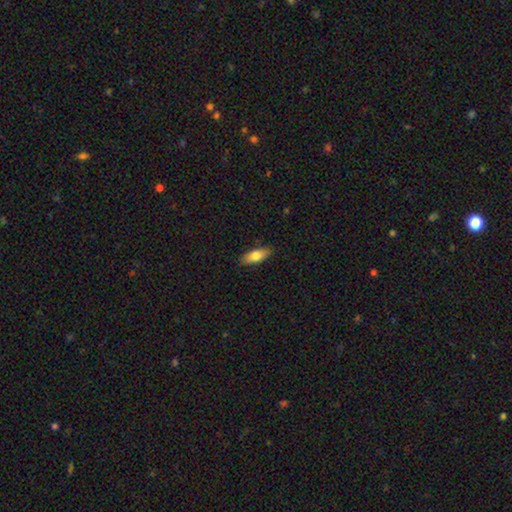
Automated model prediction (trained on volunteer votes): A smooth galaxy with no disk features (79%) that is in between round and cigar-shaped (74%). Merging: none (87%).